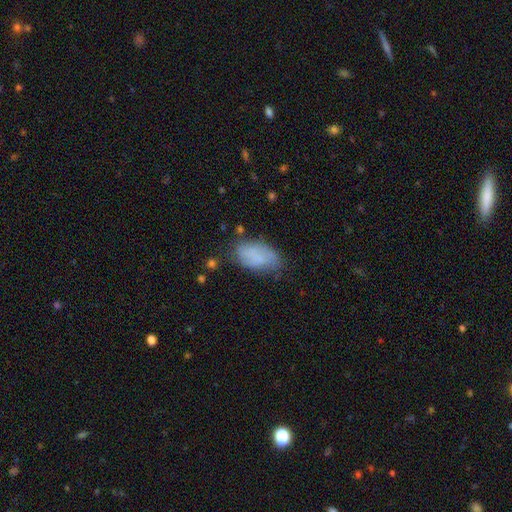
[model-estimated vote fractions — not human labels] Smooth or featured: smooth — 75% (featured or disk — 17%)
How rounded: in between — 93% (round — 5%)
Merging: none — 61% (minor disturbance — 27%)